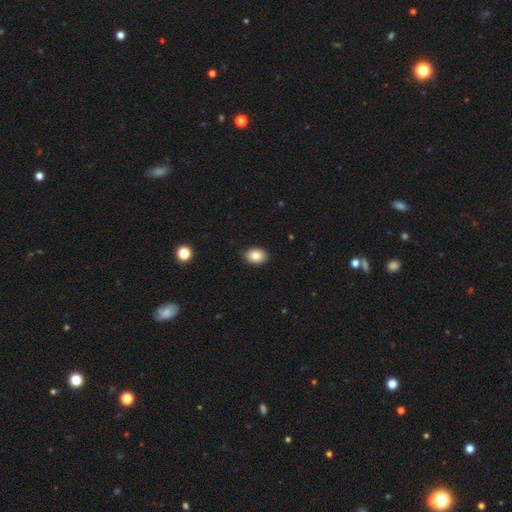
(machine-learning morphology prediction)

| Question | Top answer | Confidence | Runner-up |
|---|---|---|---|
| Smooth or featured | smooth | 87% | star or artifact (8%) |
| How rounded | in between | 72% | round (27%) |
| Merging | none | 90% | minor disturbance (8%) |